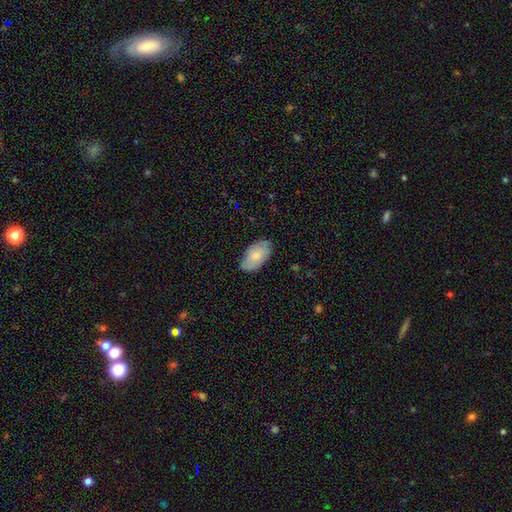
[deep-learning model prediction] Q: Smooth or featured?
A: smooth (72%); runner-up: featured or disk (22%)
Q: How rounded?
A: in between (95%); runner-up: round (4%)
Q: Merging?
A: none (79%); runner-up: minor disturbance (18%)